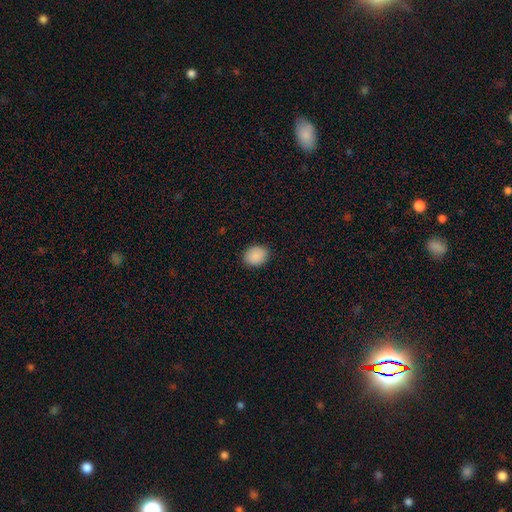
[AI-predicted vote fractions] Smooth or featured? smooth (90%)
How rounded? in between (53%)
Merging? none (88%)